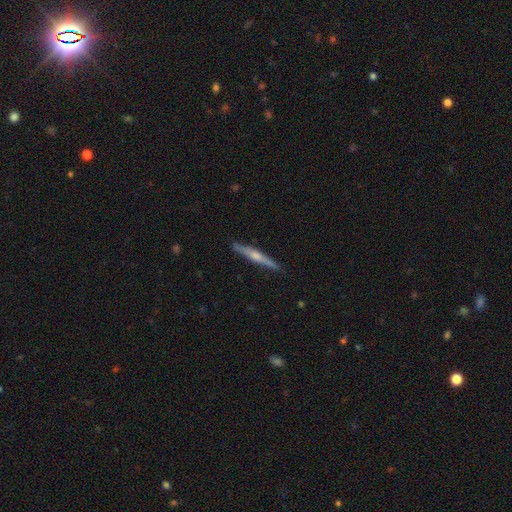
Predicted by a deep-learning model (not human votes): Smooth or featured?
  - featured or disk: 68% *
  - smooth: 24%
  - star or artifact: 8%
Edge-on disk?
  - yes: 96% *
  - no: 4%
Edge-on bulge?
  - rounded: 82% *
  - none: 12%
  - boxy: 6%
Merging?
  - none: 89% *
  - minor disturbance: 8%
  - major disturbance: 2%
  - merger: 1%